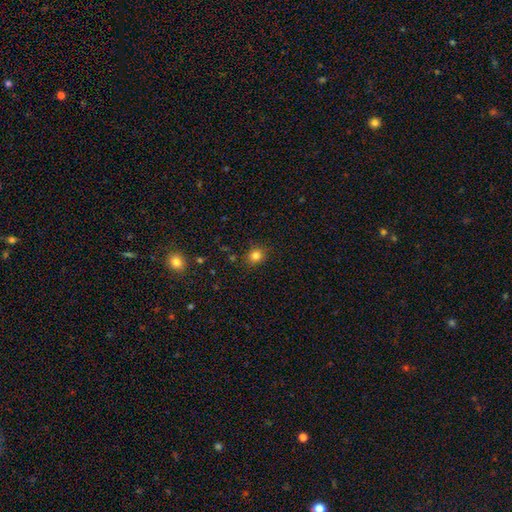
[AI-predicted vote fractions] This is clearly a smooth galaxy (81%). How rounded: likely round (73%). Merging: clearly none (86%).